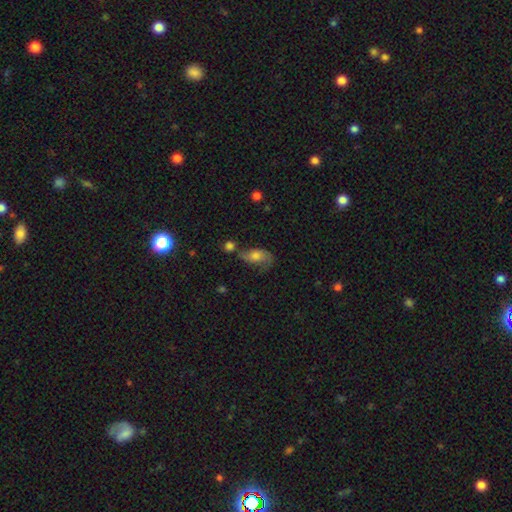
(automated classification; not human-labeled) smooth 47%, featured or disk 43%, star or artifact 10%. Down the decision tree: merging — none (39%).